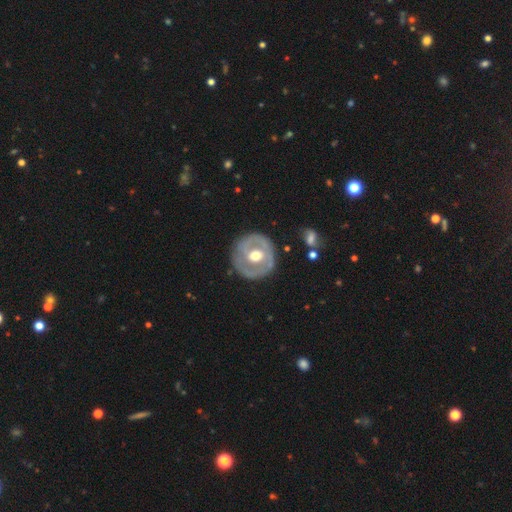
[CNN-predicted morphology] Q: Smooth or featured?
A: featured or disk (63%); runner-up: smooth (32%)
Q: Edge-on disk?
A: no (96%); runner-up: yes (4%)
Q: Bar?
A: no (57%); runner-up: weak (31%)
Q: Spiral arms?
A: no (67%); runner-up: yes (33%)
Q: Bulge size?
A: moderate (71%); runner-up: large (20%)
Q: Merging?
A: none (78%); runner-up: minor disturbance (15%)